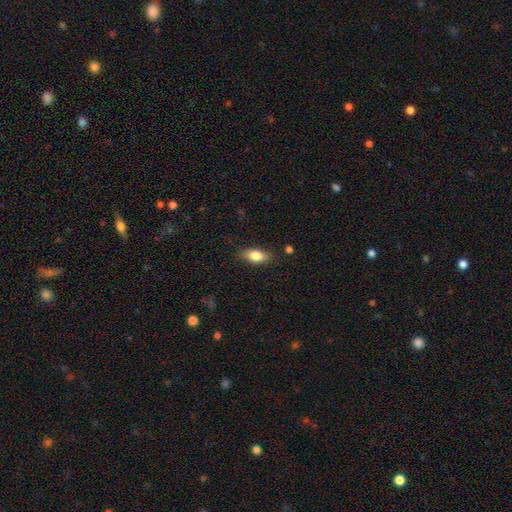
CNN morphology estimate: type=smooth (81%); roundness=in between (83%); merging=none (83%).